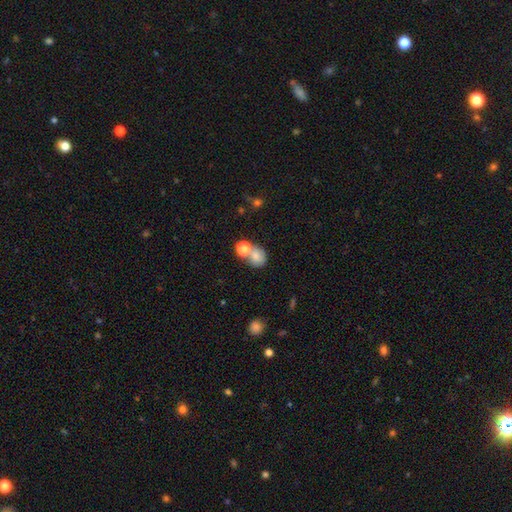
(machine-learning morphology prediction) smooth 78%, star or artifact 12%, featured or disk 11%. Down the decision tree: how rounded — round (67%); merging — merger (42%).